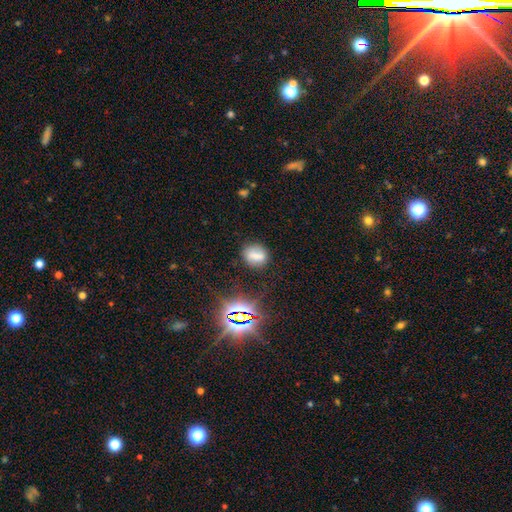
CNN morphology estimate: Smooth or featured: smooth — 63% (star or artifact — 19%)
How rounded: in between — 49% (round — 48%)
Merging: none — 75% (minor disturbance — 15%)